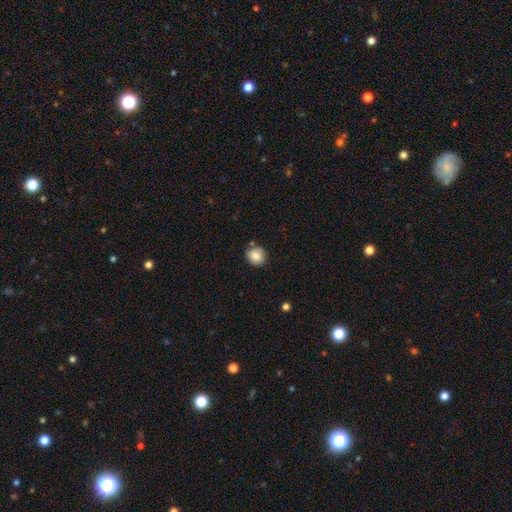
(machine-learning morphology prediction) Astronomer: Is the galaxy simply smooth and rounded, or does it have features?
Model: smooth — 86%.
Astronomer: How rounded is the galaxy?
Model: round — 86%.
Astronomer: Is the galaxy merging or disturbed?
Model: none — 80%.